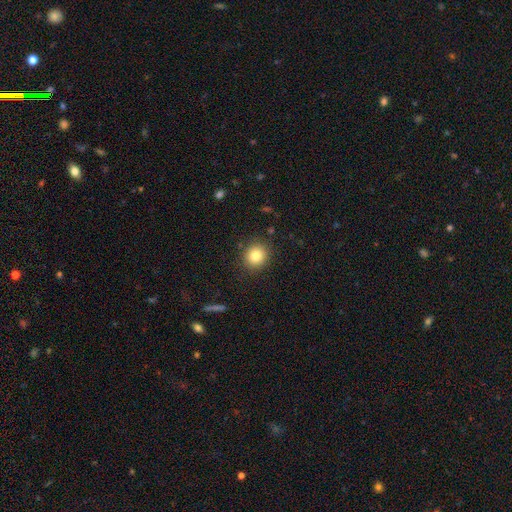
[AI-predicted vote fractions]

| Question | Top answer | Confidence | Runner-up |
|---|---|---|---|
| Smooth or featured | smooth | 83% | star or artifact (11%) |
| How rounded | round | 84% | in between (15%) |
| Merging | none | 89% | minor disturbance (7%) |